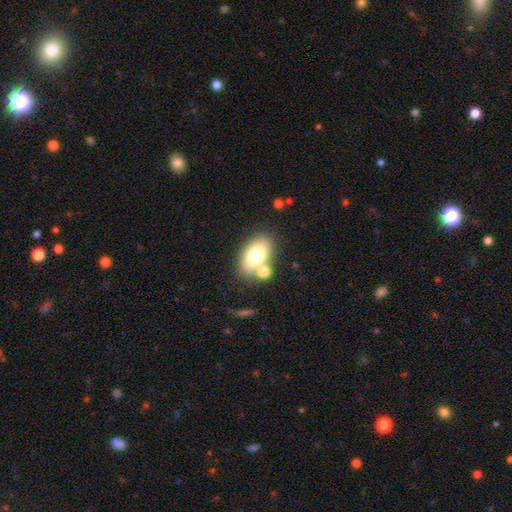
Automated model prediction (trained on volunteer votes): Smooth or featured?
  - smooth: 74% *
  - featured or disk: 18%
  - star or artifact: 9%
How rounded?
  - in between: 88% *
  - round: 10%
  - cigar-shaped: 2%
Merging?
  - none: 64% *
  - merger: 20%
  - minor disturbance: 12%
  - major disturbance: 4%